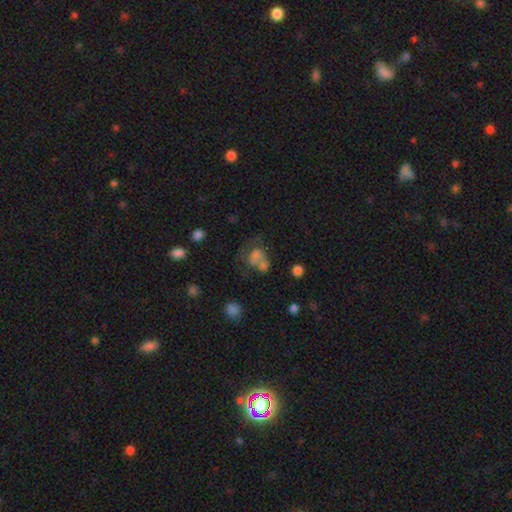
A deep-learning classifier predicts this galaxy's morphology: smooth 62%, featured or disk 22%, star or artifact 16%. Down the decision tree: how rounded — round (51%); merging — merger (44%).